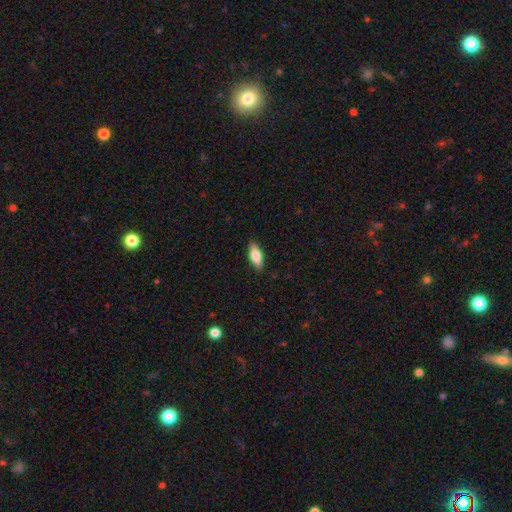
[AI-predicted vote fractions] Smooth or featured? smooth (72%)
How rounded? in between (73%)
Merging? none (87%)